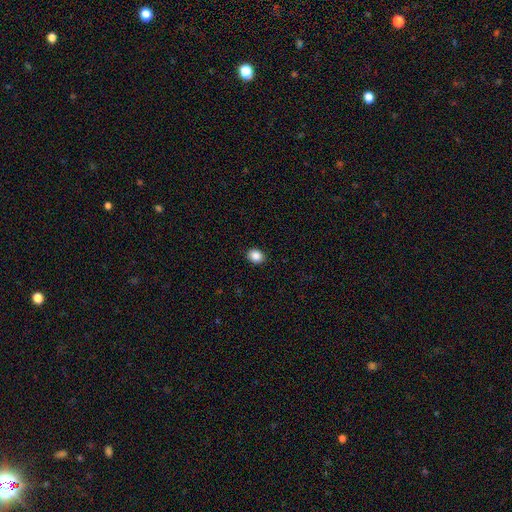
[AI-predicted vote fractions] smooth-or-featured: smooth: 87% | star or artifact: 9% | featured or disk: 3%
  how-rounded: round: 56% | in between: 43% | cigar-shaped: 1%
  merging: none: 91% | minor disturbance: 6% | major disturbance: 2% | merger: 1%